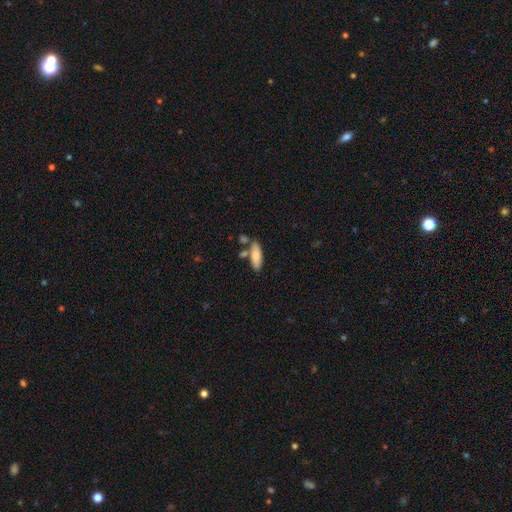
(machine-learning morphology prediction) type=smooth (80%); roundness=in between (60%); merging=none (65%).